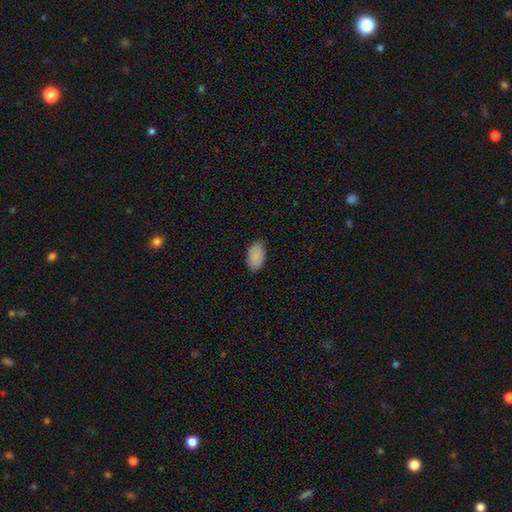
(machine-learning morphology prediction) smooth-or-featured: smooth: 89% | star or artifact: 6% | featured or disk: 5%
  how-rounded: in between: 94% | round: 4% | cigar-shaped: 2%
  merging: none: 84% | minor disturbance: 13% | major disturbance: 2% | merger: 1%